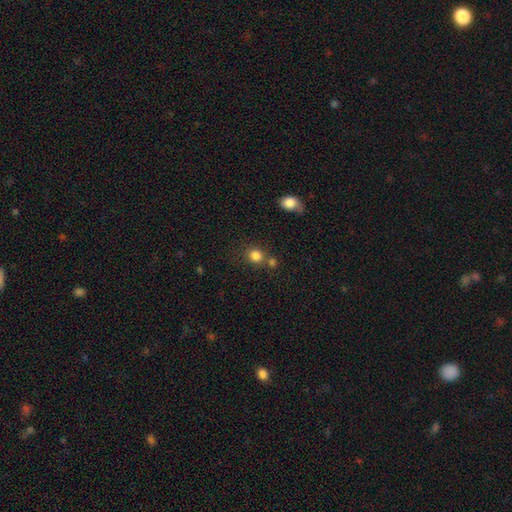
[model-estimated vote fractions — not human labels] The model was most divided on "merging": none: 63%, merger: 23%, minor disturbance: 10%, major disturbance: 4%. More confident: smooth or featured — smooth (83%); how rounded — round (81%).